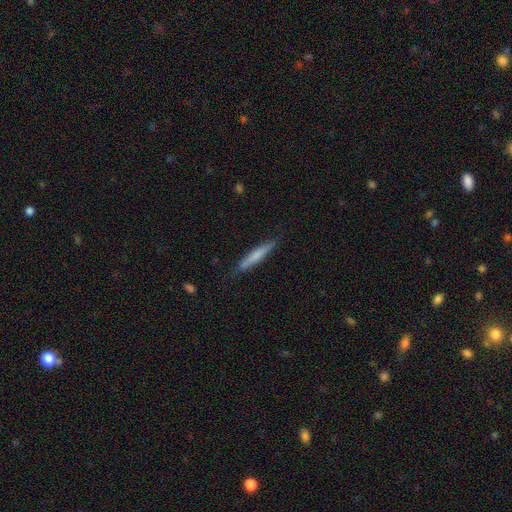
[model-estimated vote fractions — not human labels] A smooth galaxy with no disk features (65%) that is cigar-shaped (94%). Merging: none (83%).